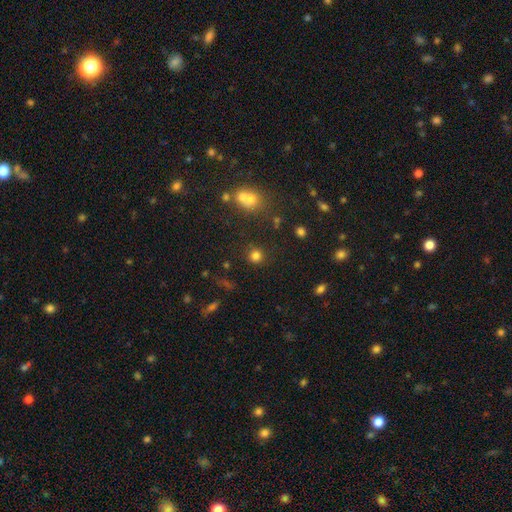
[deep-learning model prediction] This appears to be a smooth galaxy with no disk features (78%) that is round (91%). Merging: none (83%).